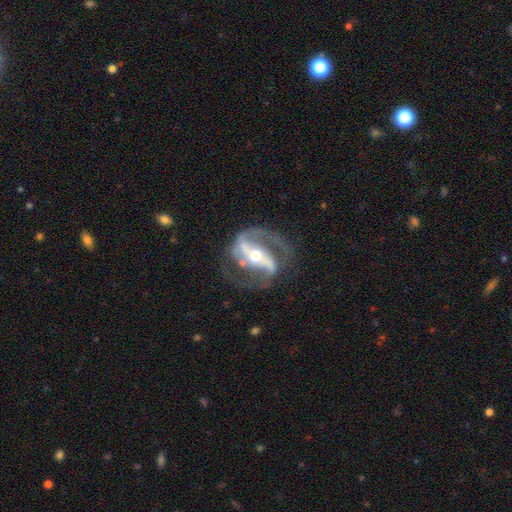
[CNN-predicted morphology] smooth_or_featured: featured or disk (p=0.91) [alt: star or artifact p=0.05]
disk_edge_on: no (p=0.96) [alt: yes p=0.04]
bar: strong (p=0.69) [alt: weak p=0.20]
has_spiral_arms: yes (p=0.96) [alt: no p=0.04]
spiral_winding: medium (p=0.56) [alt: loose p=0.24]
spiral_arm_count: 2 (p=0.90) [alt: 1 p=0.04]
bulge_size: moderate (p=0.60) [alt: small p=0.33]
merging: none (p=0.70) [alt: minor disturbance p=0.15]